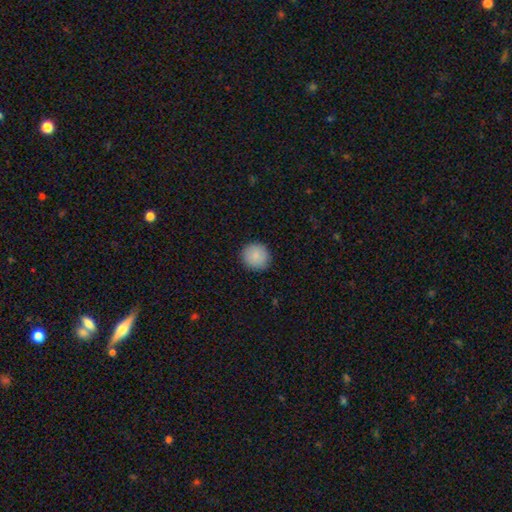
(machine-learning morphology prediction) A smooth galaxy with no disk features (87%) that is round (91%). Merging: none (90%).